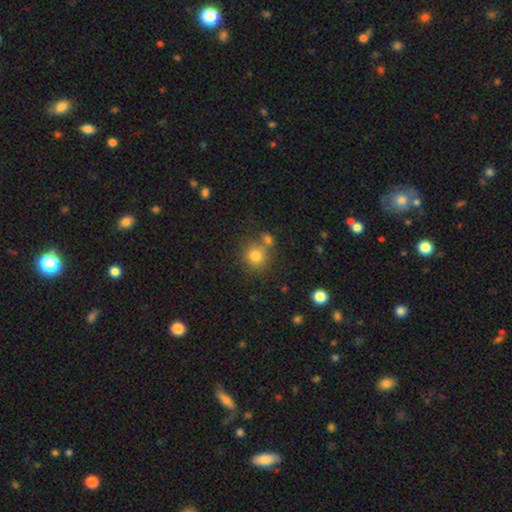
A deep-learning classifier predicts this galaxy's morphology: Smooth or featured? smooth (79%)
How rounded? round (87%)
Merging? none (62%)